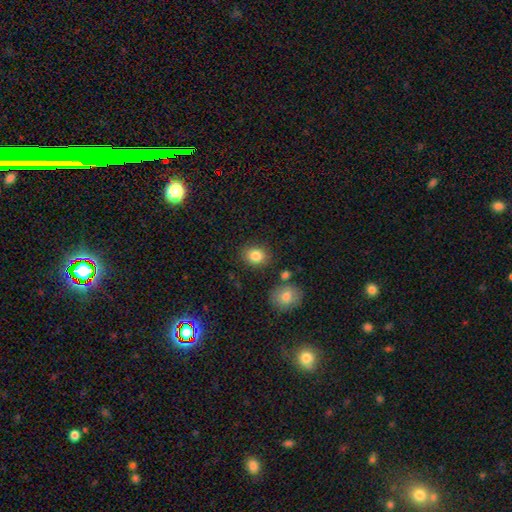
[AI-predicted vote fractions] The model was most divided on "how rounded": round: 58%, in between: 41%, cigar-shaped: 1%. More confident: smooth or featured — smooth (85%); merging — none (84%).